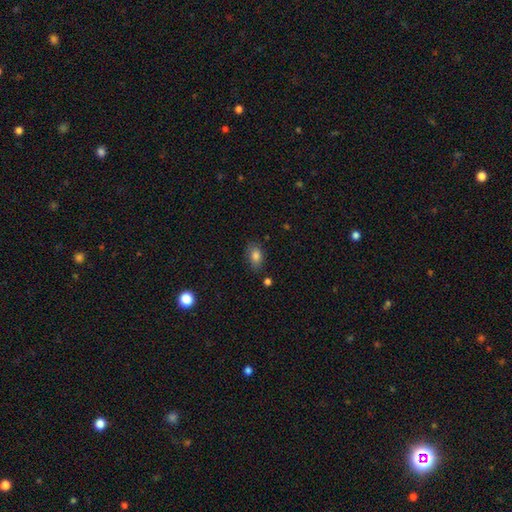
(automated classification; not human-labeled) Q: Smooth or featured?
A: smooth (82%); runner-up: star or artifact (9%)
Q: How rounded?
A: in between (86%); runner-up: round (12%)
Q: Merging?
A: none (73%); runner-up: minor disturbance (19%)